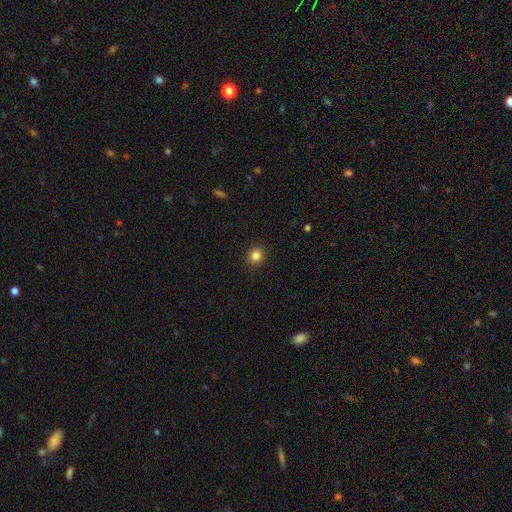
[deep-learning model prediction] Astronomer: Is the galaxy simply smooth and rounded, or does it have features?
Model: smooth — 84%.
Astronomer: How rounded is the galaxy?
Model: round — 81%.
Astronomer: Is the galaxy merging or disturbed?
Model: none — 92%.